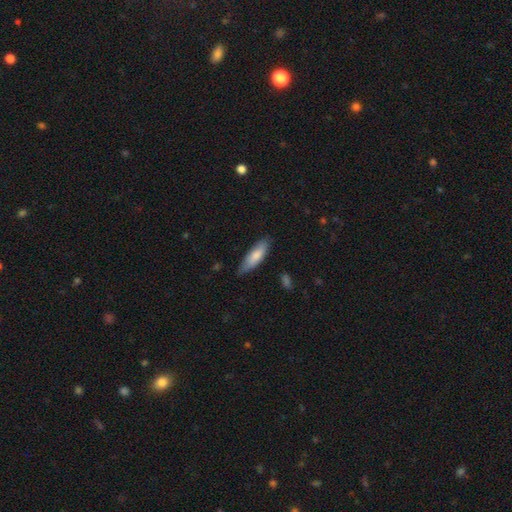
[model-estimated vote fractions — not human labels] This is likely a smooth galaxy (79%). How rounded: possibly in between (50%). Merging: likely none (73%).